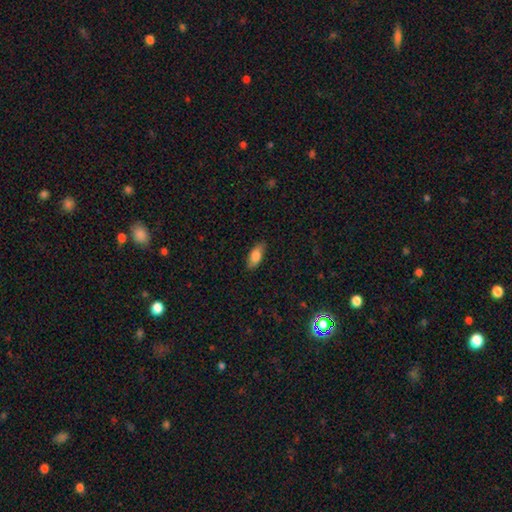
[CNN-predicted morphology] Overall: smooth (82%). How rounded: in between (84%). Merging: none (84%).